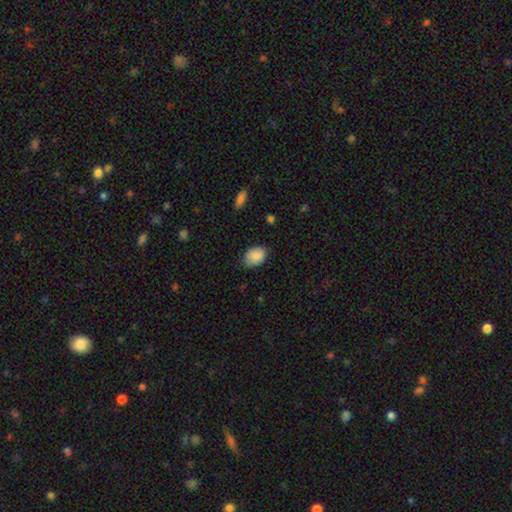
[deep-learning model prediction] This appears to be a smooth galaxy with no disk features (88%) that is in between round and cigar-shaped (78%). Merging: none (76%).